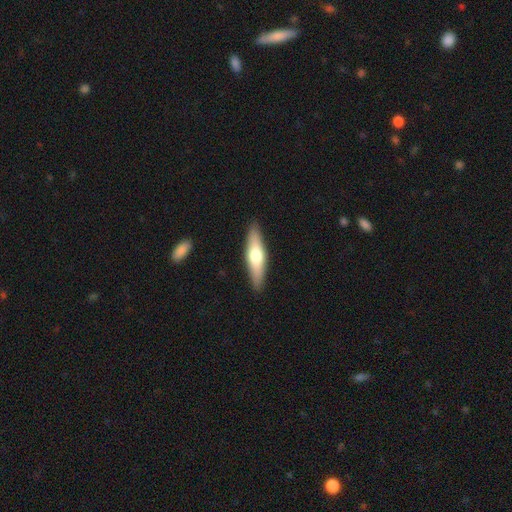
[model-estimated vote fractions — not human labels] Smooth or featured? smooth (57%)
How rounded? cigar-shaped (70%)
Merging? none (89%)